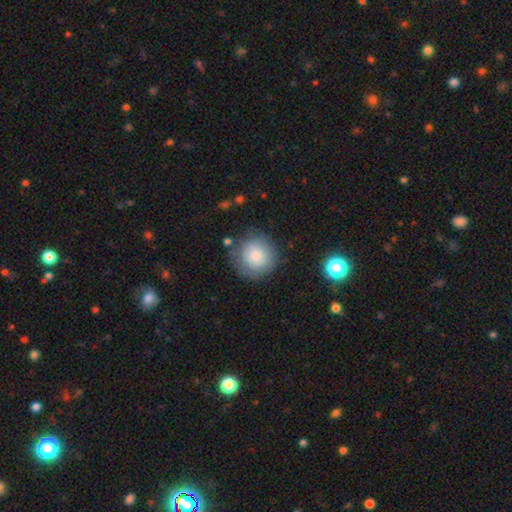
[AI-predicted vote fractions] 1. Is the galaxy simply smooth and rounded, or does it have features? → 78% smooth, 14% featured or disk, 8% star or artifact.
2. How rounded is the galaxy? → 93% round, 6% in between, 1% cigar-shaped.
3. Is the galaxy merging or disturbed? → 76% none, 15% minor disturbance, 6% major disturbance, 3% merger.